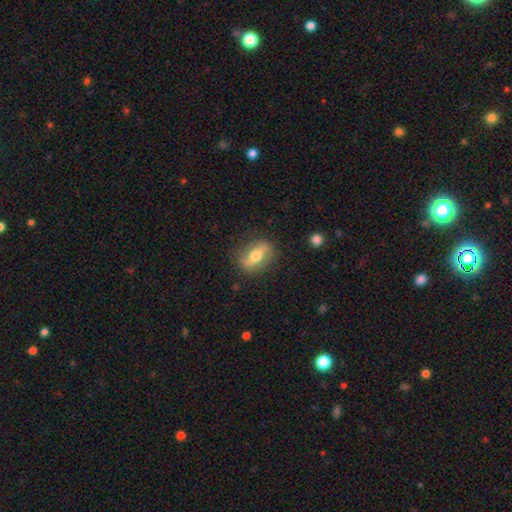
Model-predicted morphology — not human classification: A featured or disk galaxy (49%). Merging: none (83%).